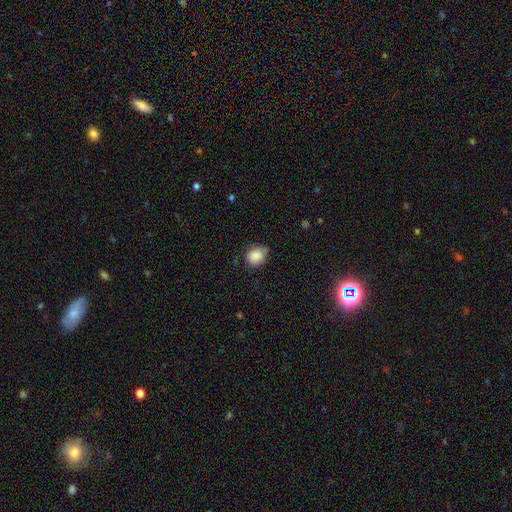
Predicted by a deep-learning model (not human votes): A smooth galaxy with no disk features (86%) that is round (65%). Merging: none (65%).